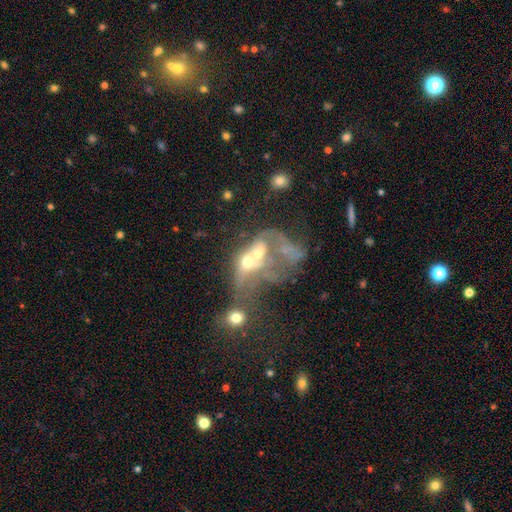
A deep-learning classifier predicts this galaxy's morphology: smooth_or_featured: featured or disk (p=0.57) [alt: smooth p=0.26]
disk_edge_on: no (p=0.95) [alt: yes p=0.05]
bar: no (p=0.83) [alt: weak p=0.12]
has_spiral_arms: no (p=0.77) [alt: yes p=0.23]
bulge_size: moderate (p=0.46) [alt: small p=0.25]
merging: merger (p=0.60) [alt: major disturbance p=0.25]